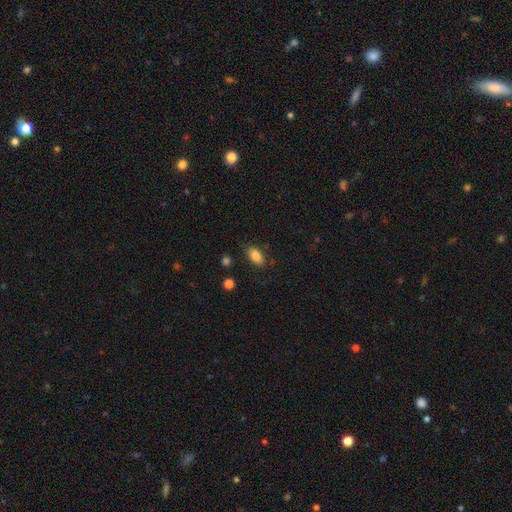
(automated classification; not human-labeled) Smooth or featured: smooth — 83% (featured or disk — 9%)
How rounded: in between — 90% (cigar-shaped — 5%)
Merging: none — 81% (minor disturbance — 13%)